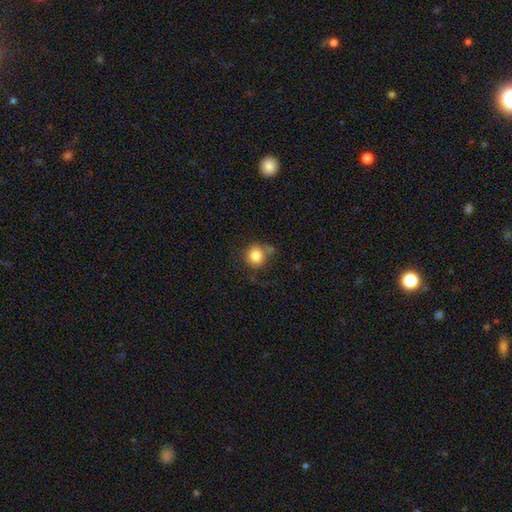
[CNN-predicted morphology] Smooth or featured? smooth (82%)
How rounded? round (90%)
Merging? none (61%)